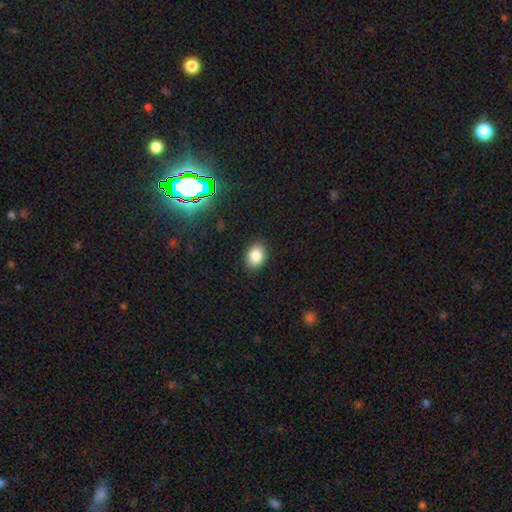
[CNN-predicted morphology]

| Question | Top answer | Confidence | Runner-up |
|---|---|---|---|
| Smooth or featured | smooth | 84% | star or artifact (10%) |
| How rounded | in between | 73% | round (26%) |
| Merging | none | 88% | minor disturbance (9%) |